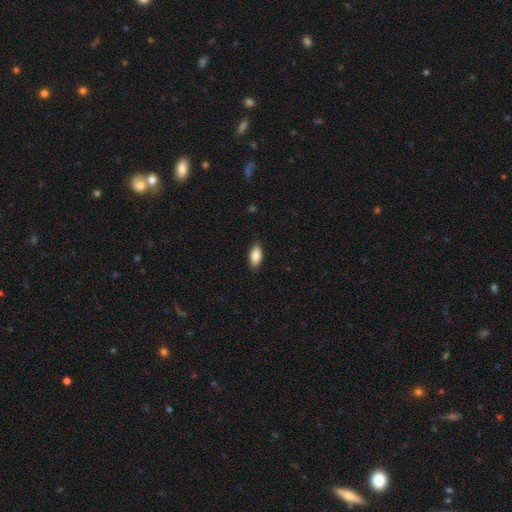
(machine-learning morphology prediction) A smooth galaxy with no disk features (85%) that is in between round and cigar-shaped (89%). Merging: none (86%).